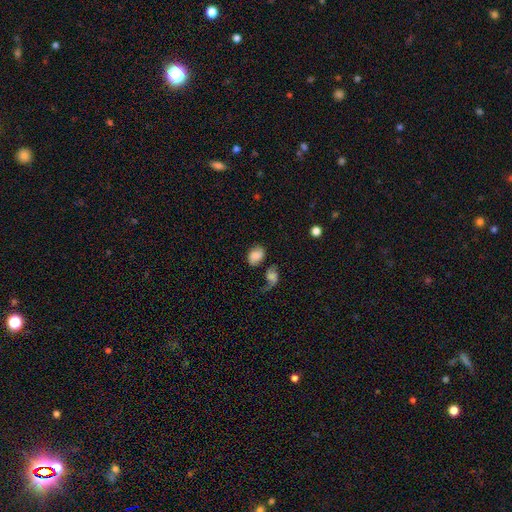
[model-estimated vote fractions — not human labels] Smooth or featured: smooth — 69% (featured or disk — 21%)
How rounded: in between — 74% (round — 25%)
Merging: none — 49% (merger — 20%)